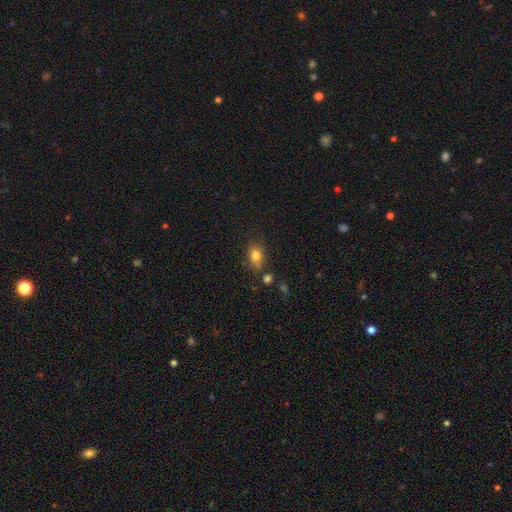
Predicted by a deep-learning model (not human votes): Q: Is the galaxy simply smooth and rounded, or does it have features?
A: smooth — 82%.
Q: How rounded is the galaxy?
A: in between — 68%.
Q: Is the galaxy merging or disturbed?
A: none — 72%.